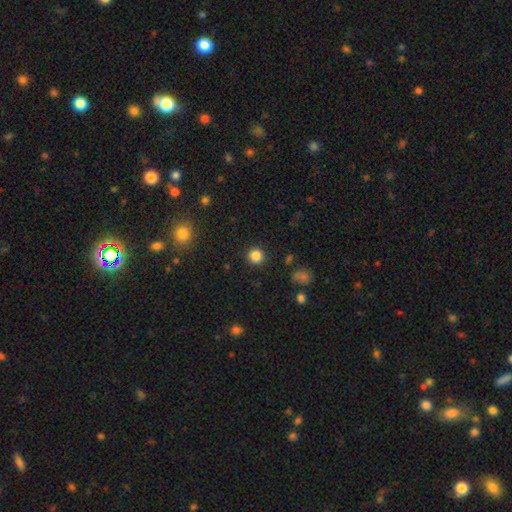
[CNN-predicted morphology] smooth_or_featured: smooth (p=0.85) [alt: star or artifact p=0.12]
how_rounded: round (p=0.94) [alt: in between p=0.05]
merging: none (p=0.91) [alt: minor disturbance p=0.05]